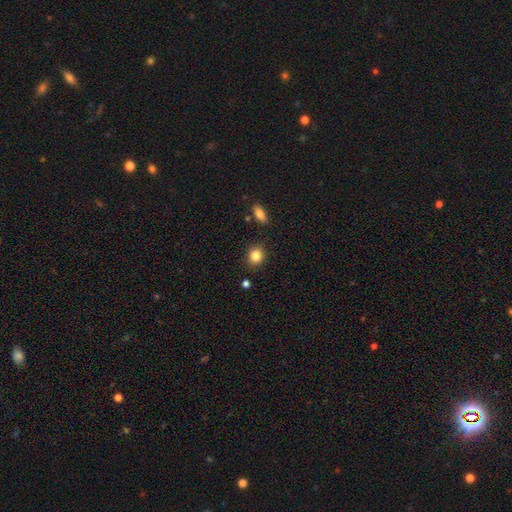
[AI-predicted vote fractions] Q: Smooth or featured?
A: smooth (85%); runner-up: star or artifact (10%)
Q: How rounded?
A: round (77%); runner-up: in between (22%)
Q: Merging?
A: none (87%); runner-up: minor disturbance (9%)